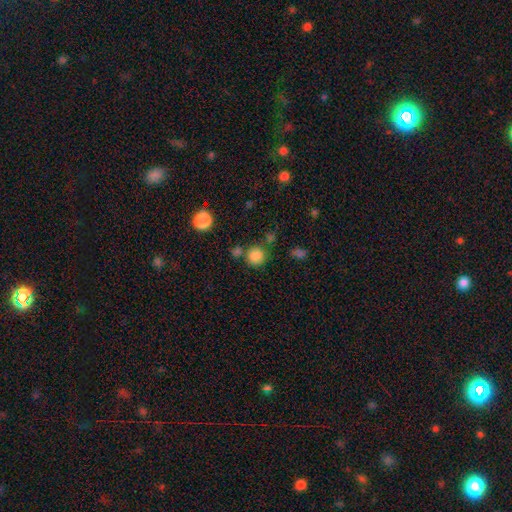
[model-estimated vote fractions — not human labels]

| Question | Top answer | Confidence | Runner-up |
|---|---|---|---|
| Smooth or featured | smooth | 84% | star or artifact (12%) |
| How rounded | round | 90% | in between (9%) |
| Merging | none | 73% | merger (13%) |